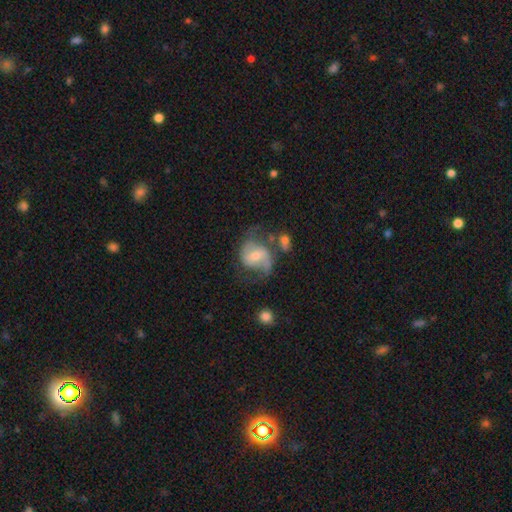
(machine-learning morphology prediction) Smooth or featured: featured or disk — 68% (smooth — 25%)
Edge-on disk: no — 97% (yes — 3%)
Bar: weak — 45% (no — 36%)
Spiral arms: yes — 86% (no — 14%)
Spiral winding: loose — 44% (medium — 43%)
Spiral arm count: 2 — 80% (can't tell — 8%)
Bulge size: moderate — 57% (small — 35%)
Merging: none — 45% (minor disturbance — 24%)